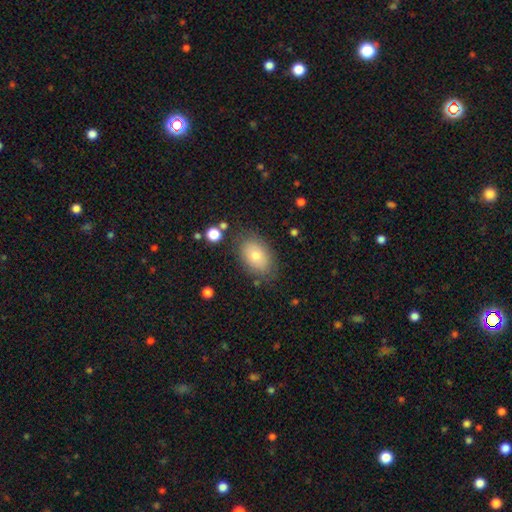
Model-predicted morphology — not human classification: Q: Smooth or featured?
A: smooth (74%); runner-up: featured or disk (18%)
Q: How rounded?
A: in between (88%); runner-up: round (10%)
Q: Merging?
A: none (80%); runner-up: minor disturbance (13%)